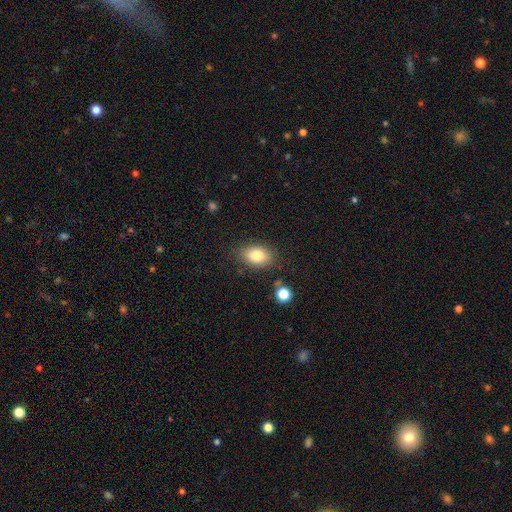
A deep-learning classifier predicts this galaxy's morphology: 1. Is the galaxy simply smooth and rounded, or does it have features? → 80% smooth, 11% featured or disk, 9% star or artifact.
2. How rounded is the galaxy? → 83% in between, 15% round, 2% cigar-shaped.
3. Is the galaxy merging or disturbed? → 82% none, 12% minor disturbance, 3% major disturbance, 2% merger.